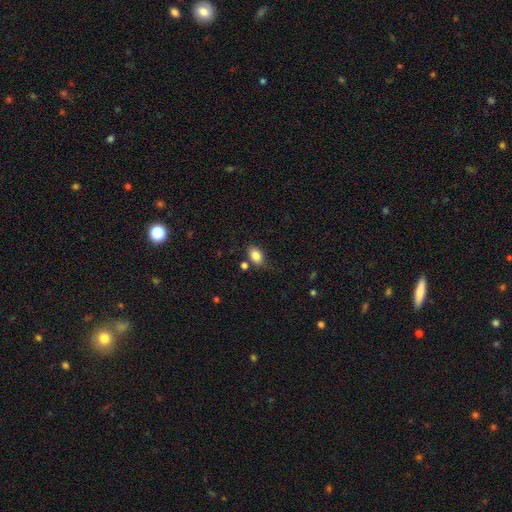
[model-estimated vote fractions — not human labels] smooth_or_featured: smooth (p=0.84) [alt: star or artifact p=0.09]
how_rounded: in between (p=0.82) [alt: round p=0.16]
merging: none (p=0.72) [alt: minor disturbance p=0.16]